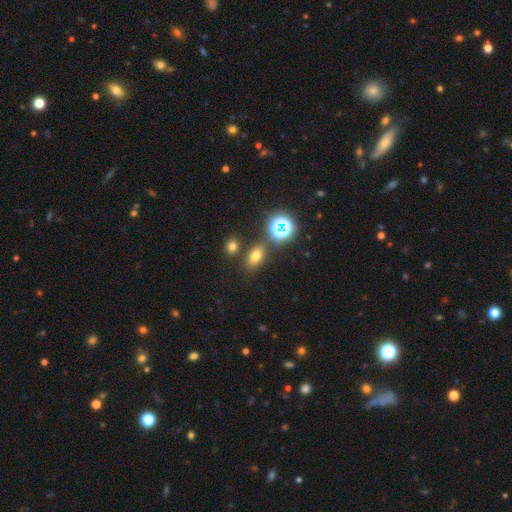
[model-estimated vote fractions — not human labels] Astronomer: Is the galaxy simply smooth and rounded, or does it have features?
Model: smooth — 60%.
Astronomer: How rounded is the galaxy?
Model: in between — 75%.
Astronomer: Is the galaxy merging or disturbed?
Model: none — 77%.